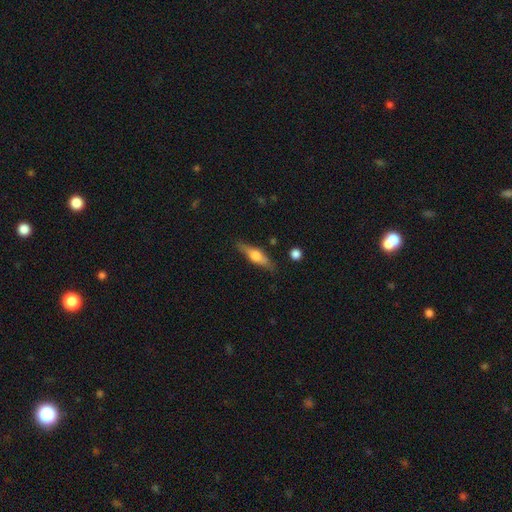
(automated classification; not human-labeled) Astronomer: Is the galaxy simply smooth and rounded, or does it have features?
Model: featured or disk — 53% (runner-up: smooth, 40%).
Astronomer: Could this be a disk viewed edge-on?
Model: yes — 93%.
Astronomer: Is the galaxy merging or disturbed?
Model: none — 82%.